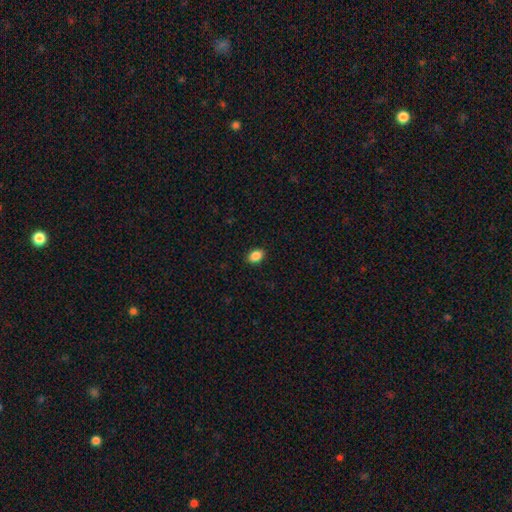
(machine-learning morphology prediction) This is clearly a smooth galaxy (87%). How rounded: likely in between (79%). Merging: clearly none (90%).